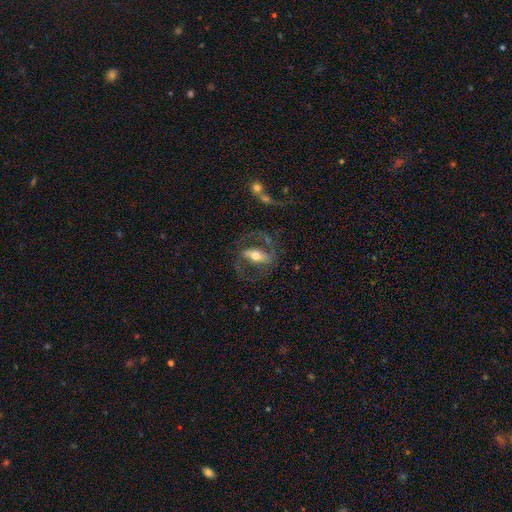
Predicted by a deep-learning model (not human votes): Morphology: type=featured or disk (74%); edge-on=no (83%); bar=strong (59%); spiral arms=yes (72%); bulge=moderate (67%); merging=none (60%).